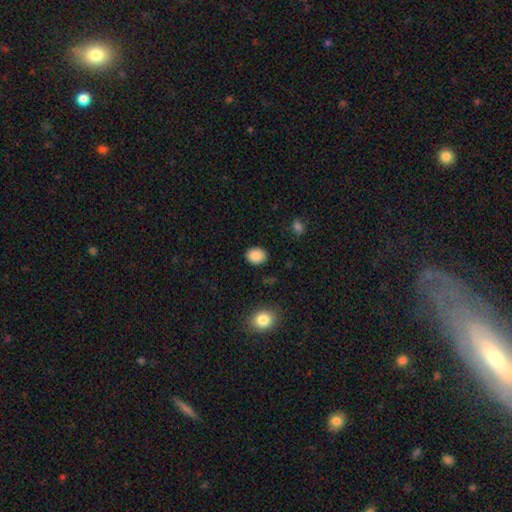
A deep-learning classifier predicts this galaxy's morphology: smooth_or_featured: smooth (p=0.88) [alt: star or artifact p=0.09]
how_rounded: round (p=0.53) [alt: in between p=0.46]
merging: none (p=0.87) [alt: minor disturbance p=0.09]